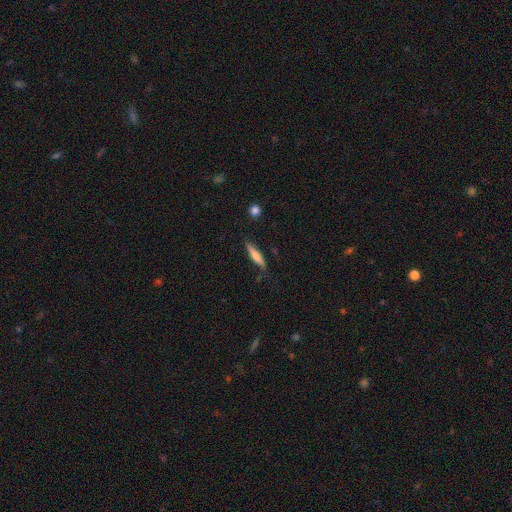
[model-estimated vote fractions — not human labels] A smooth galaxy with no disk features (59%) that is cigar-shaped (85%). Merging: none (82%).